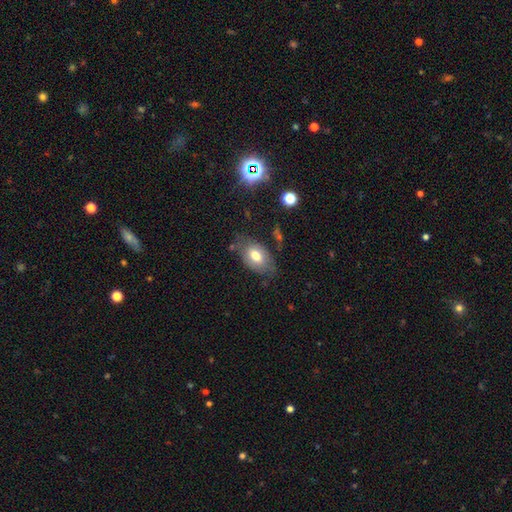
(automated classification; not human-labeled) A smooth galaxy with no disk features (69%) that is in between round and cigar-shaped (89%).

Vote fractions:
- Smooth or featured? smooth: 69% / featured or disk: 23% / star or artifact: 8%
- How rounded? in between: 89% / round: 10% / cigar-shaped: 2%
- Merging? none: 62% / minor disturbance: 25% / major disturbance: 8% / merger: 5%